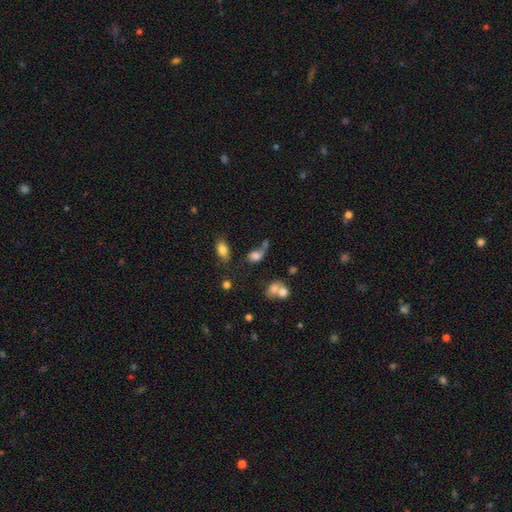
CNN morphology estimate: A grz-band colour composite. It shows a smooth galaxy with no disk features (67%) that is in between round and cigar-shaped (68%). Merging: major disturbance (29%).